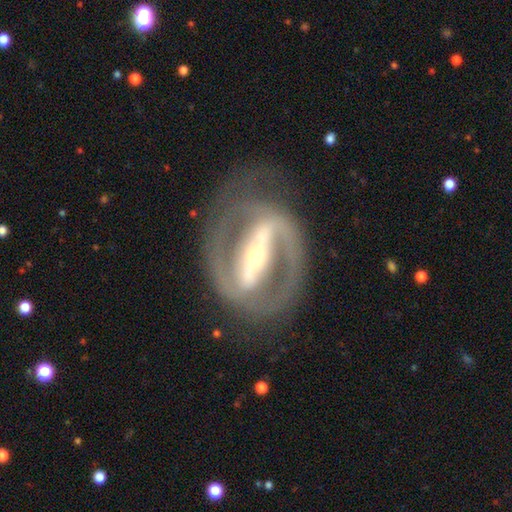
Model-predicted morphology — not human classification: This is clearly a featured or disk galaxy (90%). It is clearly not viewed edge-on (94%). Bar: clearly strong (83%). Spiral arm pattern: clearly yes (86%). Spiral arm count: clearly 2 (88%). Spiral winding: marginally medium (45%). Central bulge: possibly small (51%). Merging: likely none (72%).